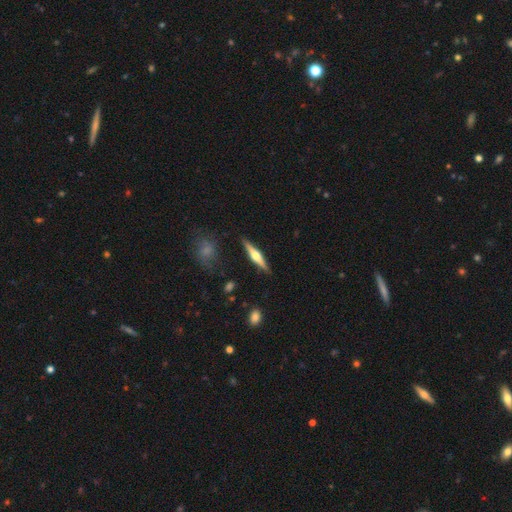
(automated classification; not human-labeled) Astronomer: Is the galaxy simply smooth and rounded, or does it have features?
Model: featured or disk — 65%.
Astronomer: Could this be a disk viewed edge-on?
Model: yes — 97%.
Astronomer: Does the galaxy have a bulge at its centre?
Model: rounded — 90%.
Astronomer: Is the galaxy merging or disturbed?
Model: none — 88%.